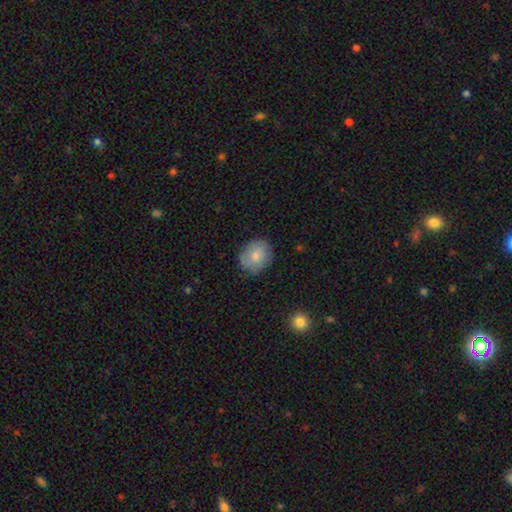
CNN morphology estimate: This appears to be a smooth galaxy with no disk features (76%) that is round (62%). Merging: none (80%).